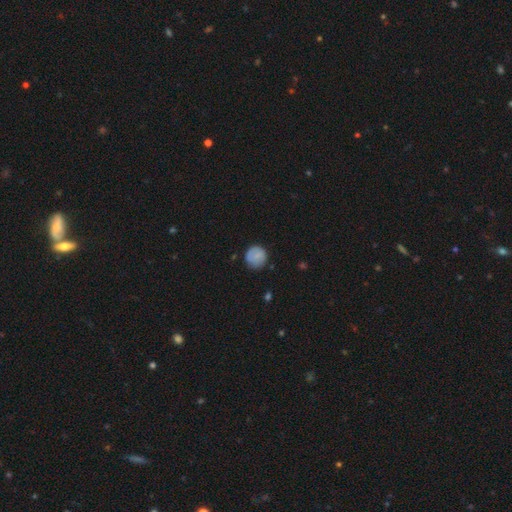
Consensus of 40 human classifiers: This appears to be a smooth galaxy with no disk features (78%) that is round (87%). Merging: none (65%).